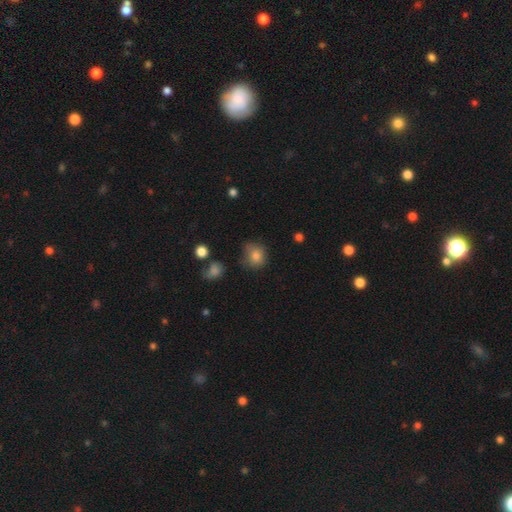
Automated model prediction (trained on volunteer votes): This is clearly a smooth galaxy (80%). How rounded: likely round (73%). Merging: likely none (61%).